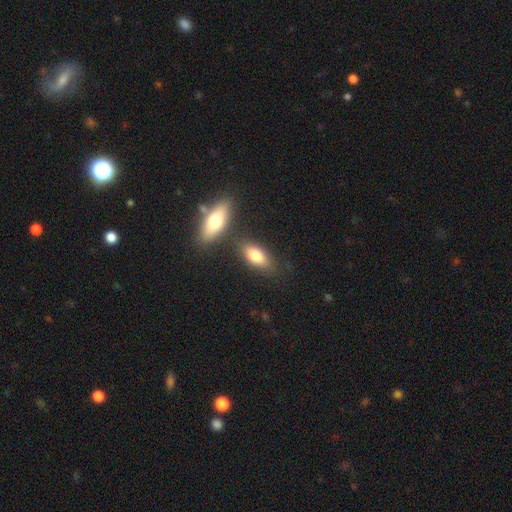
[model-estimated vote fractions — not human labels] Smooth or featured? smooth (78%)
How rounded? in between (84%)
Merging? none (69%)